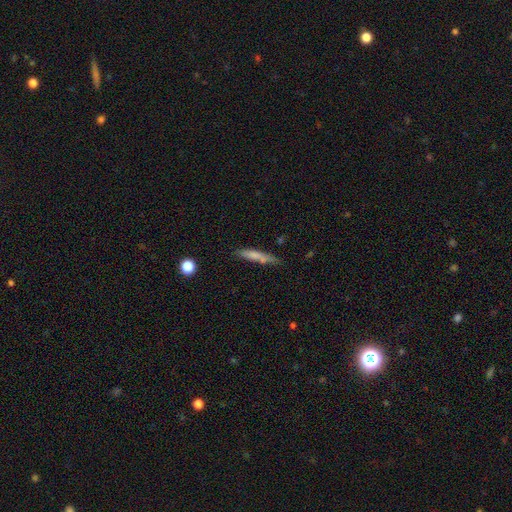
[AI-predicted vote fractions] Smooth or featured?
  - smooth: 70% *
  - featured or disk: 23%
  - star or artifact: 7%
How rounded?
  - cigar-shaped: 90% *
  - in between: 8%
  - round: 2%
Merging?
  - none: 71% *
  - minor disturbance: 19%
  - merger: 6%
  - major disturbance: 4%